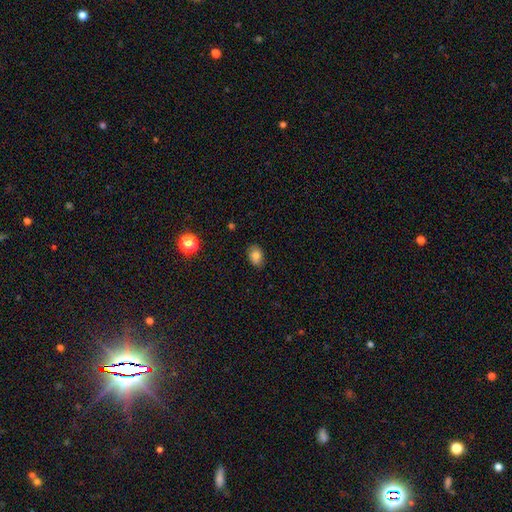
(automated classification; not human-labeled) This appears to be a smooth galaxy with no disk features (82%) that is in between round and cigar-shaped (75%). Merging: none (85%).